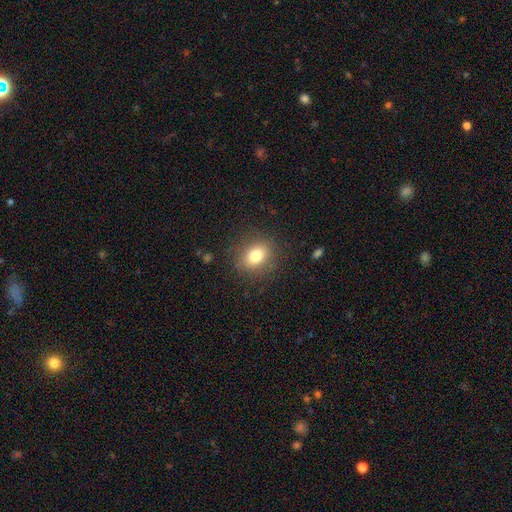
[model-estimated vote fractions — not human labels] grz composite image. It shows a smooth galaxy with no disk features (79%) that is round (50%). Merging: none (85%).